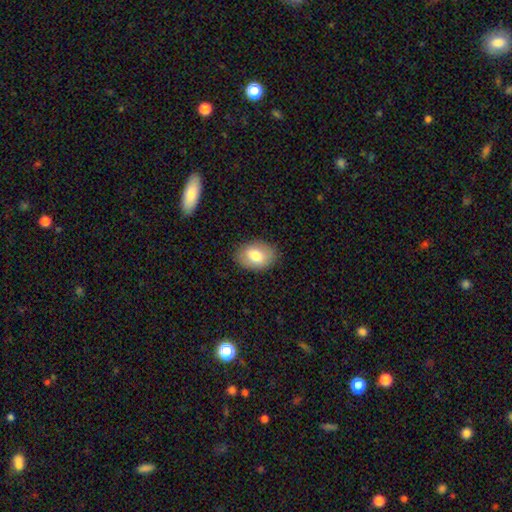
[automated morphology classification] A smooth galaxy with no disk features (76%) that is in between round and cigar-shaped (80%).

Vote fractions:
- Smooth or featured? smooth: 76% / featured or disk: 17% / star or artifact: 7%
- How rounded? in between: 80% / round: 19% / cigar-shaped: 1%
- Merging? none: 85% / minor disturbance: 11% / major disturbance: 3% / merger: 1%